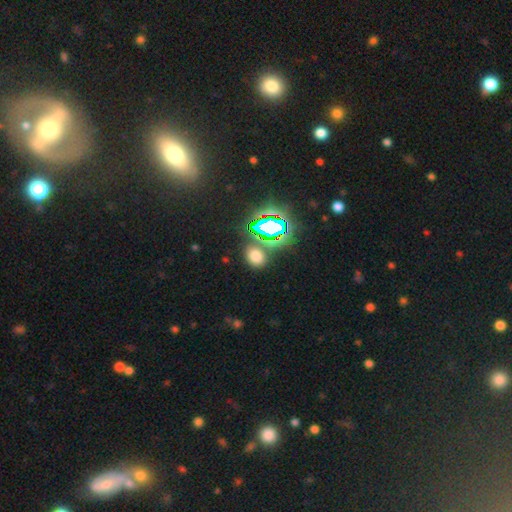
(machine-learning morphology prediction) type=smooth (60%); roundness=in between (51%); merging=none (79%).